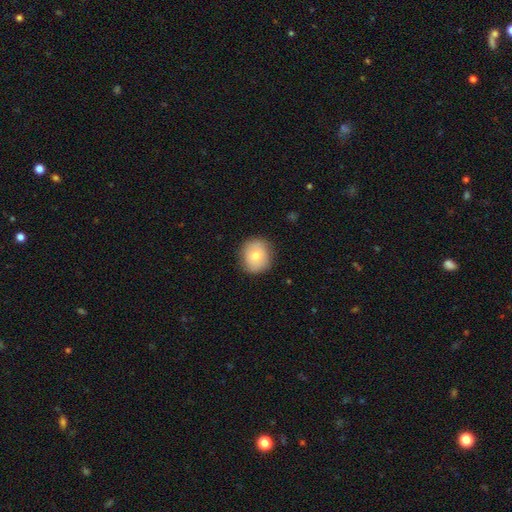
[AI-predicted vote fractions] This appears to be a smooth galaxy with no disk features (74%) that is round (80%). Merging: none (84%).